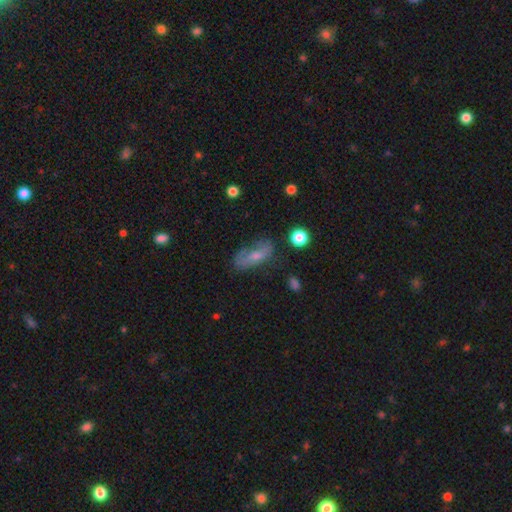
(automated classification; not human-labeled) smooth_or_featured: smooth (p=0.46) [alt: featured or disk p=0.41]
merging: none (p=0.56) [alt: minor disturbance p=0.27]